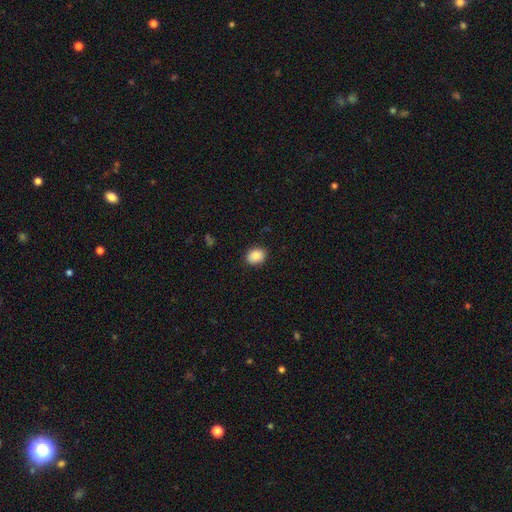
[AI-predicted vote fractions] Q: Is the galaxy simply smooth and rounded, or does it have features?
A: smooth — 87%.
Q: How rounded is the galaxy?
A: in between — 56%.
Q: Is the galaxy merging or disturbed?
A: none — 87%.